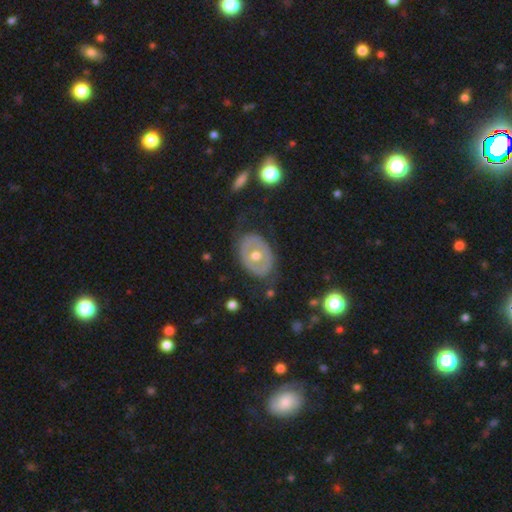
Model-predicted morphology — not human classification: type=featured or disk (53%); edge-on=no (92%); merging=none (75%).